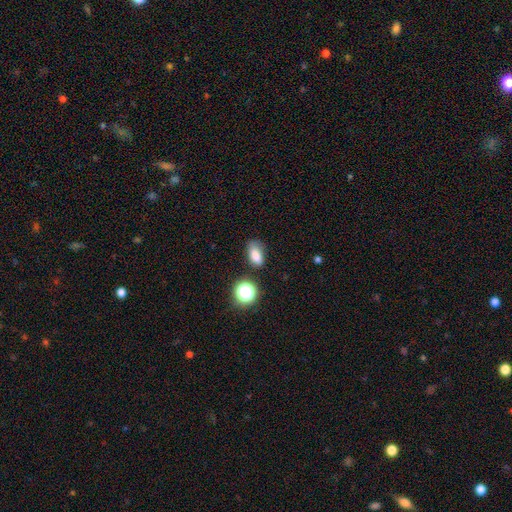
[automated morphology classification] Smooth or featured: smooth — 79% (star or artifact — 13%)
How rounded: in between — 84% (round — 12%)
Merging: none — 64% (minor disturbance — 24%)